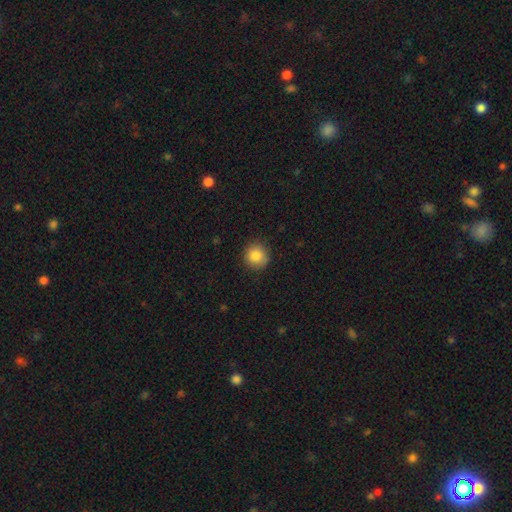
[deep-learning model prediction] Smooth or featured? smooth (86%)
How rounded? round (92%)
Merging? none (87%)